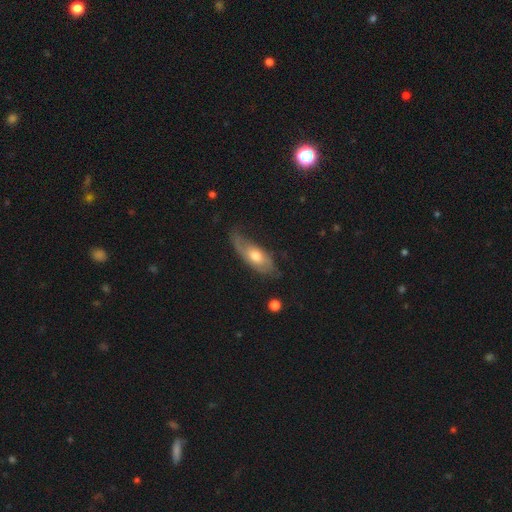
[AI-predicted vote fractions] Smooth or featured? Predicted: featured or disk (p=0.52). Edge-on disk? Predicted: no (p=0.77). Merging? Predicted: none (p=0.49).